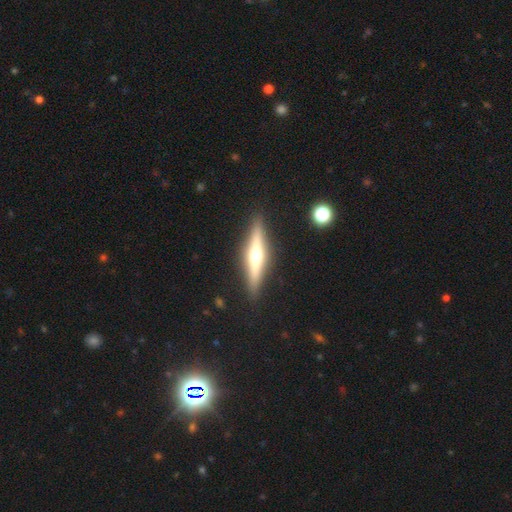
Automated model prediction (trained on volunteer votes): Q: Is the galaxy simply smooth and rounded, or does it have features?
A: featured or disk — 67%.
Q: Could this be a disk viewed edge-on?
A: yes — 96%.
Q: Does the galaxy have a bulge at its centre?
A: rounded — 91%.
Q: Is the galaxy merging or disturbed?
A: none — 90%.